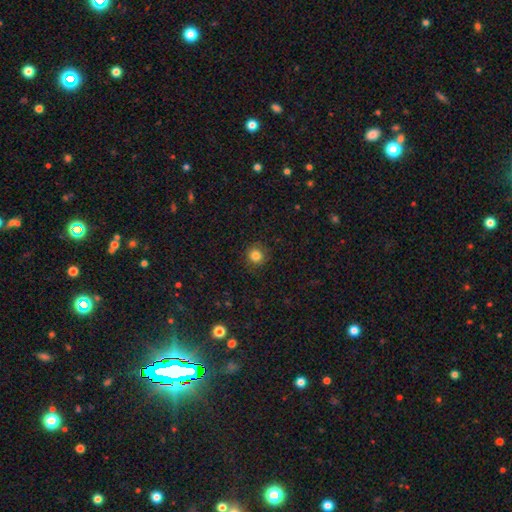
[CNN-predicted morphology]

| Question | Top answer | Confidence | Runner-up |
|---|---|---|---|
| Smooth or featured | smooth | 83% | star or artifact (12%) |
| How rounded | round | 92% | in between (7%) |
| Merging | none | 86% | minor disturbance (10%) |